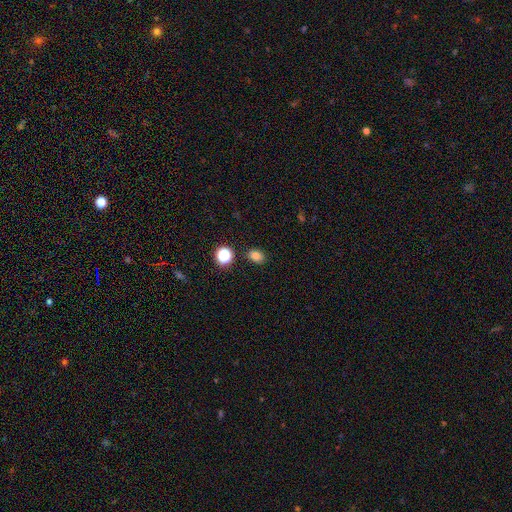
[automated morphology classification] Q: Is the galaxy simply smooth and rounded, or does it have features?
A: smooth — 79%.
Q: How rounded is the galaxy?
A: in between — 63%.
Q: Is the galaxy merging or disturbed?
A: none — 85%.